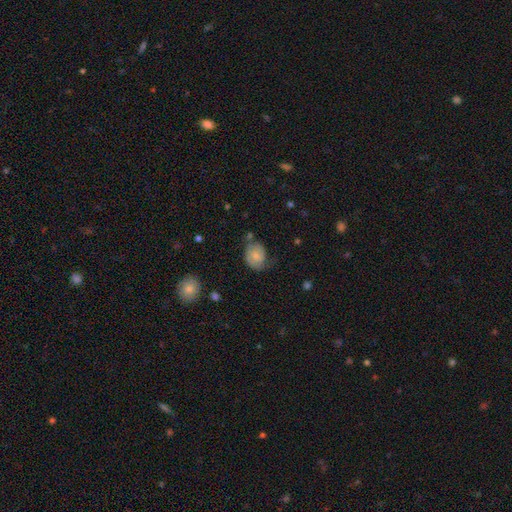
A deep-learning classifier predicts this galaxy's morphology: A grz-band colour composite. It shows a smooth galaxy with no disk features (57%) that is round (51%). Merging: none (49%).